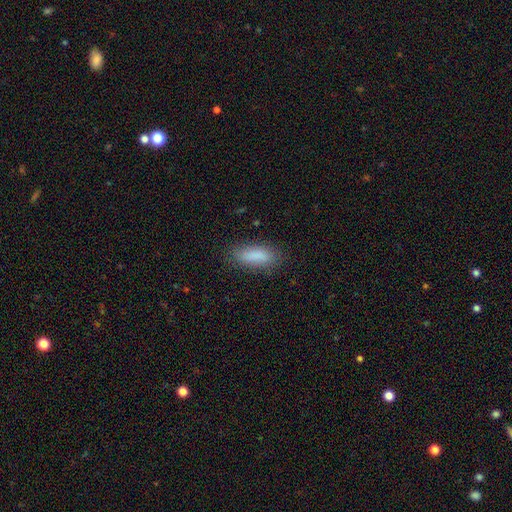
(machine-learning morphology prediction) Smooth or featured? smooth (86%)
How rounded? in between (69%)
Merging? none (82%)